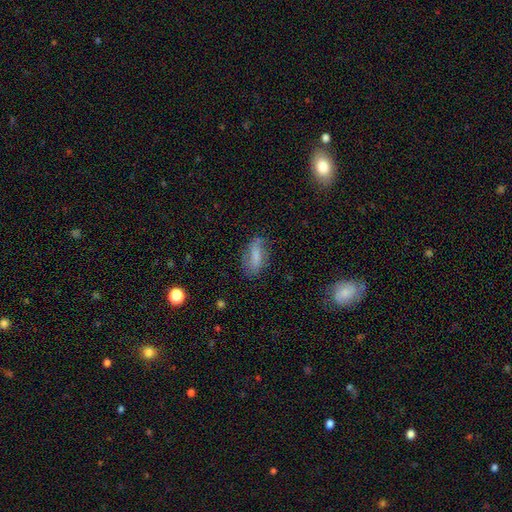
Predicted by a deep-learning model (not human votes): Overall: smooth (68%). How rounded: in between (73%). Merging: none (61%; minor disturbance 26%).